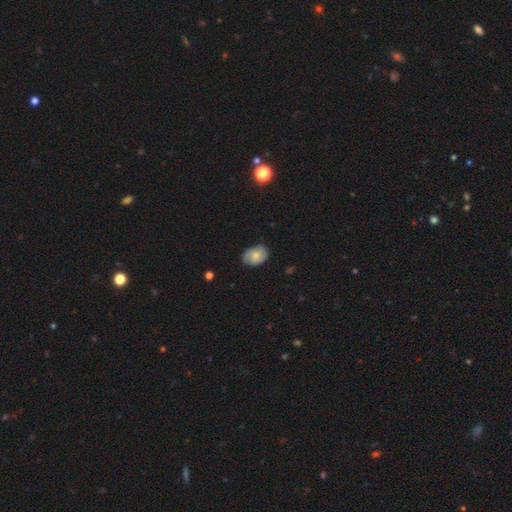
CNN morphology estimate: This is likely a smooth galaxy (65%). How rounded: likely in between (78%). Merging: likely none (72%).